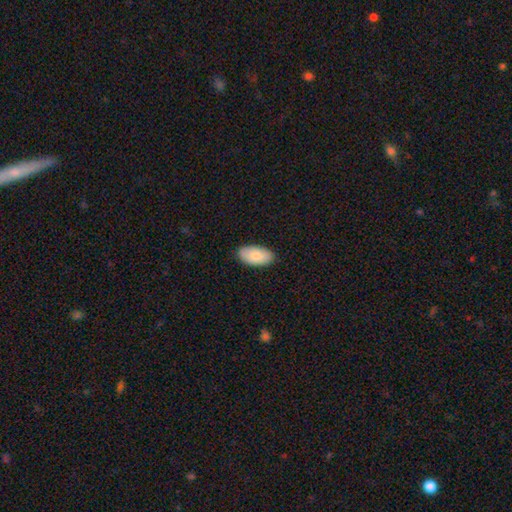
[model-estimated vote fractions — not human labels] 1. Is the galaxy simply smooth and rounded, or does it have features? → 84% smooth, 11% featured or disk, 6% star or artifact.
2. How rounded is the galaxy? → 96% in between, 2% round, 2% cigar-shaped.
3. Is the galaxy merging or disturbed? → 86% none, 11% minor disturbance, 2% major disturbance, 1% merger.